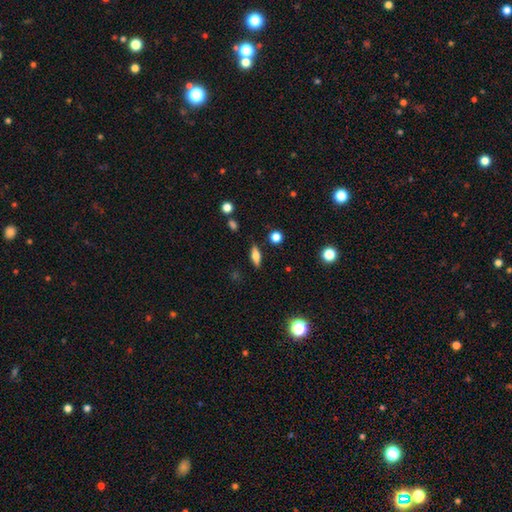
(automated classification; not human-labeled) Smooth or featured? Predicted: smooth (p=0.58). How rounded? Predicted: in between (p=0.60). Merging? Predicted: none (p=0.85).